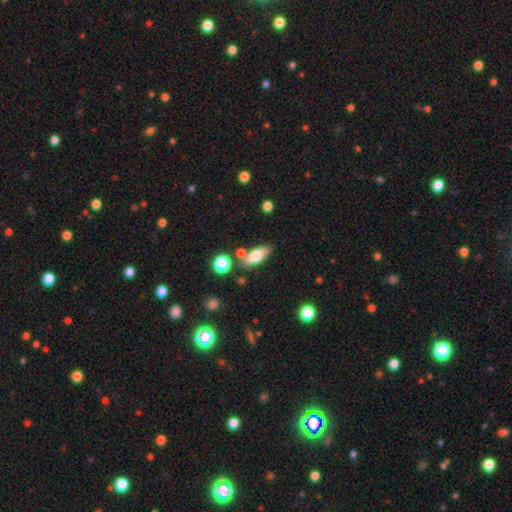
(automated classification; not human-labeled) Smooth or featured?
  - smooth: 71% *
  - featured or disk: 22%
  - star or artifact: 8%
How rounded?
  - in between: 72% *
  - cigar-shaped: 23%
  - round: 4%
Merging?
  - none: 72% *
  - minor disturbance: 14%
  - merger: 11%
  - major disturbance: 4%